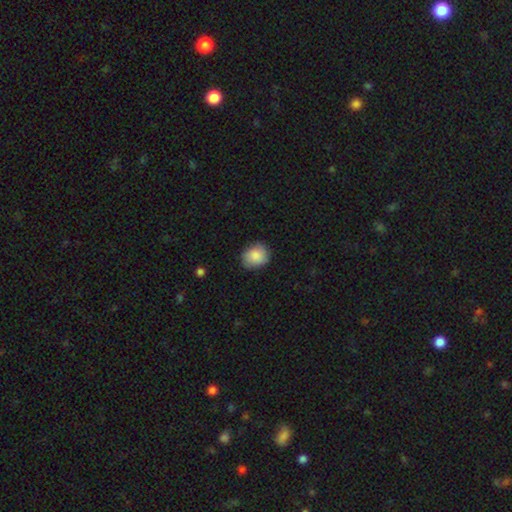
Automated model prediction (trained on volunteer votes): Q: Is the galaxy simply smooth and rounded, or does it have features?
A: smooth — 87%.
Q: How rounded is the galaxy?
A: round — 65%.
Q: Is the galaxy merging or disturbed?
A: none — 79%.